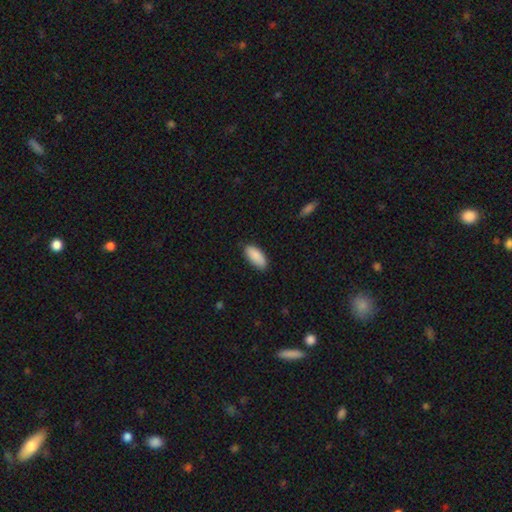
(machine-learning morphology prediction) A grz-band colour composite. It shows a smooth galaxy with no disk features (90%) that is in between round and cigar-shaped (87%). Merging: none (83%).